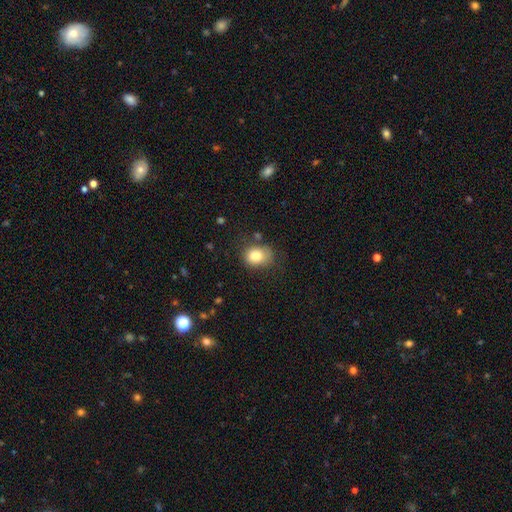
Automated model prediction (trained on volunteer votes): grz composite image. It shows a smooth galaxy with no disk features (84%) that is round (50%). Merging: none (61%).